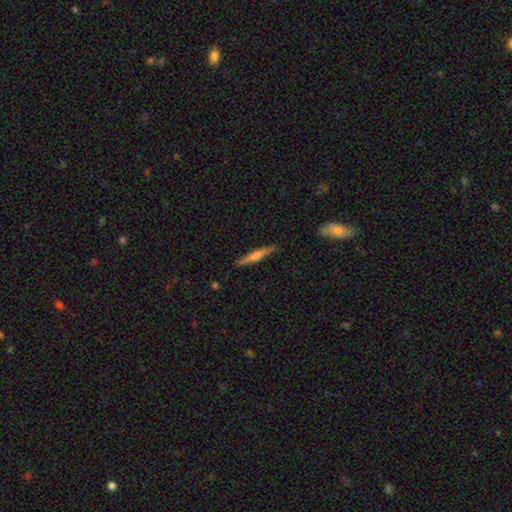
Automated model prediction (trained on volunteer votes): This appears to be a featured or disk galaxy (67%) viewed edge-on (98%) with a rounded central bulge (79%). Merging: none (90%).